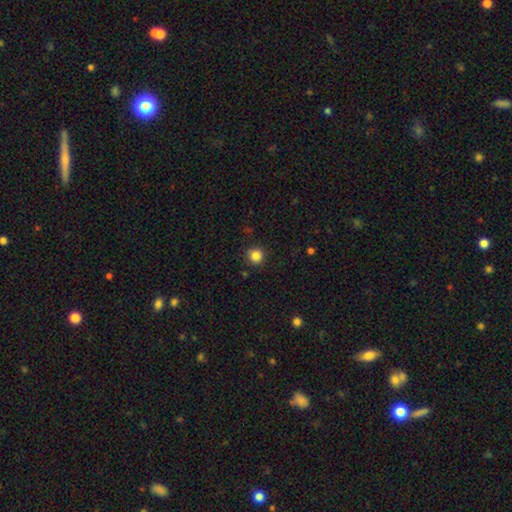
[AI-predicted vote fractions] smooth-or-featured: smooth: 85% | star or artifact: 12% | featured or disk: 4%
  how-rounded: round: 93% | in between: 6% | cigar-shaped: 1%
  merging: none: 90% | minor disturbance: 7% | major disturbance: 2% | merger: 1%